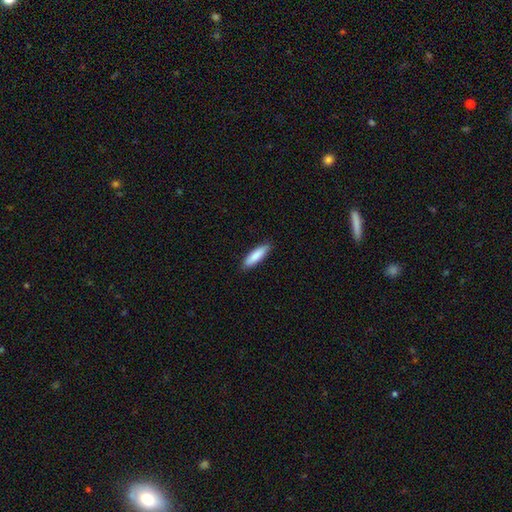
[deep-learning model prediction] A smooth galaxy with no disk features (87%) that is cigar-shaped (68%).

Vote fractions:
- Smooth or featured? smooth: 87% / featured or disk: 8% / star or artifact: 5%
- How rounded? cigar-shaped: 68% / in between: 31% / round: 1%
- Merging? none: 90% / minor disturbance: 8% / major disturbance: 2% / merger: 1%